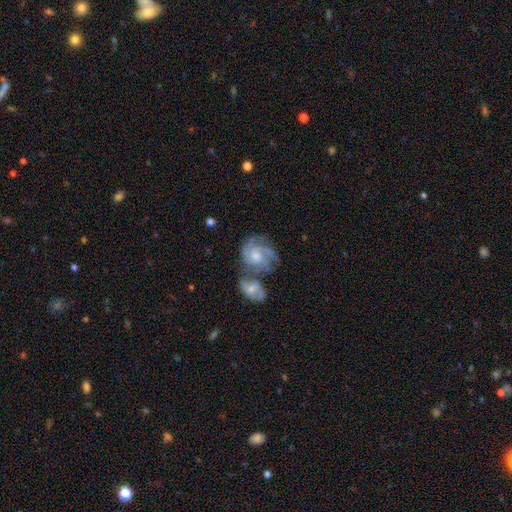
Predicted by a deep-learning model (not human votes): Morphology: type=featured or disk (80%); edge-on=no (97%); bar=no (65%); spiral arms=yes (95%); winding=tight (57%); arm count=3 (41%); bulge=moderate (60%); merging=merger (47%).